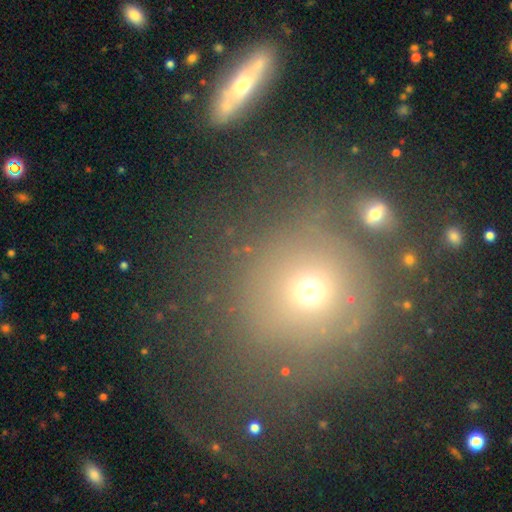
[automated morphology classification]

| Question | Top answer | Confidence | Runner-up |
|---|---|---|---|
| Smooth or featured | smooth | 57% | star or artifact (23%) |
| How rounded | round | 91% | in between (7%) |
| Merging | none | 59% | major disturbance (18%) |